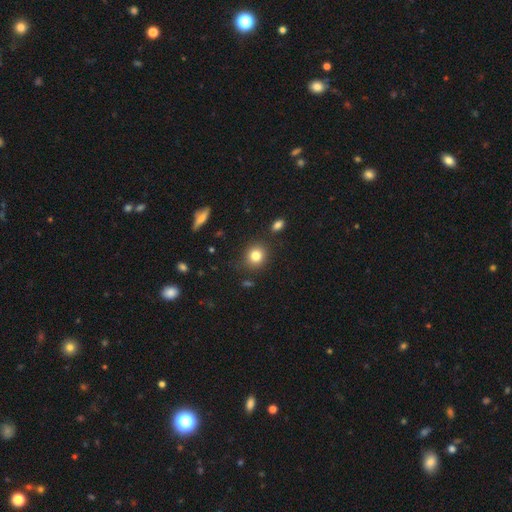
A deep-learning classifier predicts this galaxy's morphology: Overall: smooth (82%). How rounded: round (80%). Merging: none (85%).